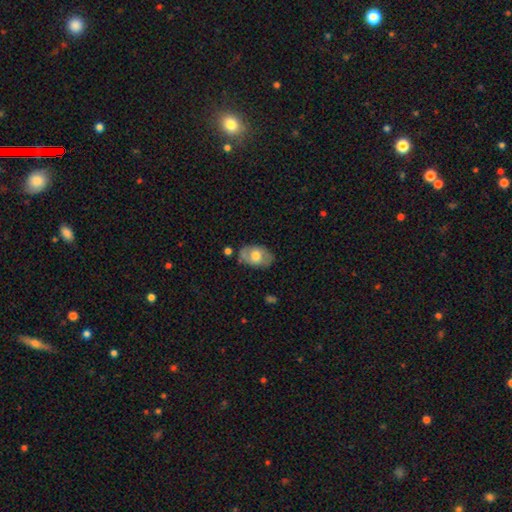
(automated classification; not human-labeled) Q: Smooth or featured?
A: smooth (54%); runner-up: featured or disk (40%)
Q: How rounded?
A: in between (87%); runner-up: round (11%)
Q: Merging?
A: none (72%); runner-up: minor disturbance (19%)